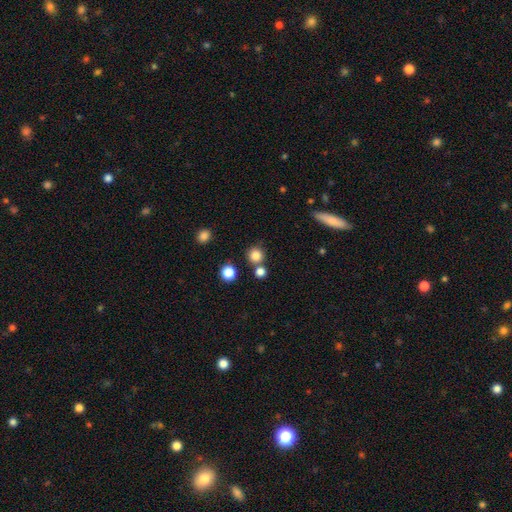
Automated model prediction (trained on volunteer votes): smooth-or-featured: smooth: 82% | star or artifact: 13% | featured or disk: 5%
  how-rounded: round: 93% | in between: 6% | cigar-shaped: 1%
  merging: none: 73% | merger: 17% | minor disturbance: 7% | major disturbance: 3%